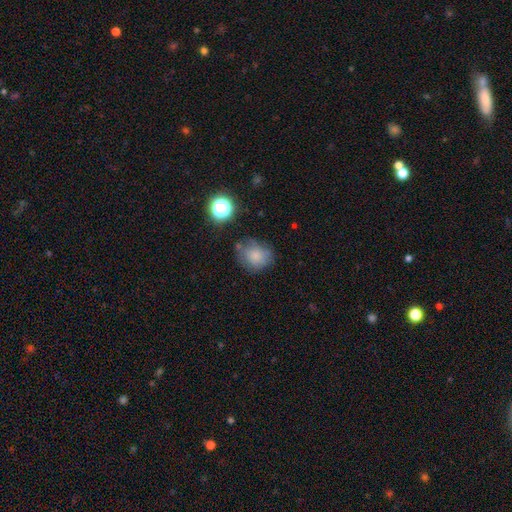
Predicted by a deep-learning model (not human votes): Smooth or featured? Predicted: smooth (p=0.75). How rounded? Predicted: round (p=0.67). Merging? Predicted: none (p=0.61).